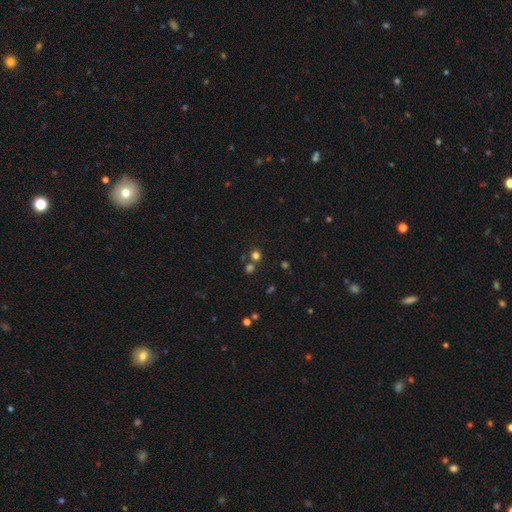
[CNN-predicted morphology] A smooth galaxy with no disk features (66%) that is round (89%). Merging: none (70%).